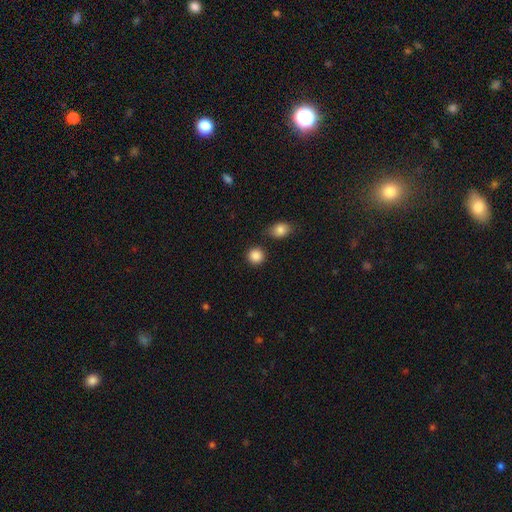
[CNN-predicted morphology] Smooth or featured: smooth — 88% (star or artifact — 9%)
How rounded: round — 91% (in between — 8%)
Merging: none — 84% (minor disturbance — 8%)